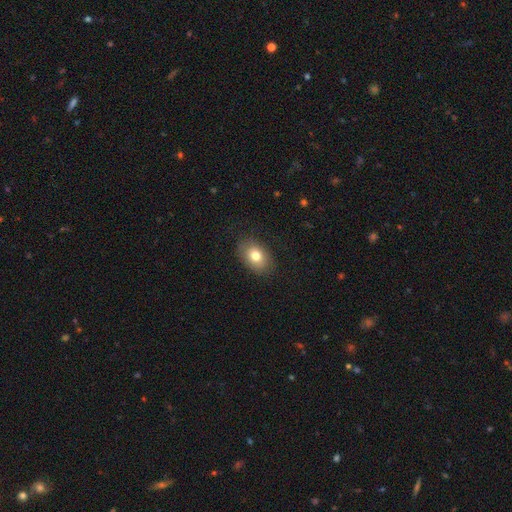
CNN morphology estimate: smooth-or-featured: smooth: 77% | featured or disk: 14% | star or artifact: 9%
  how-rounded: in between: 79% | round: 20% | cigar-shaped: 1%
  merging: none: 84% | minor disturbance: 12% | major disturbance: 3% | merger: 1%